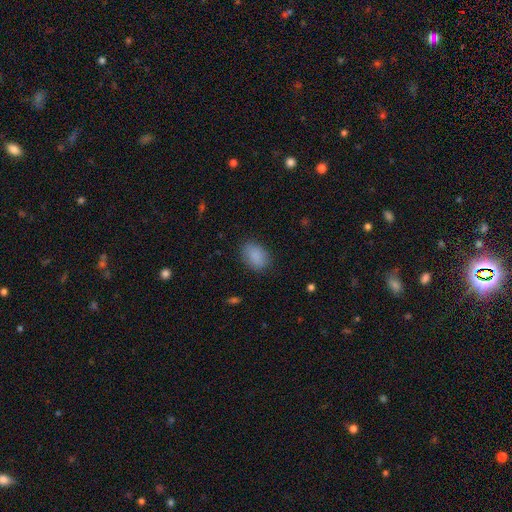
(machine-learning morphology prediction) smooth 88%, star or artifact 8%, featured or disk 5%. Down the decision tree: how rounded — in between (82%); merging — none (82%).